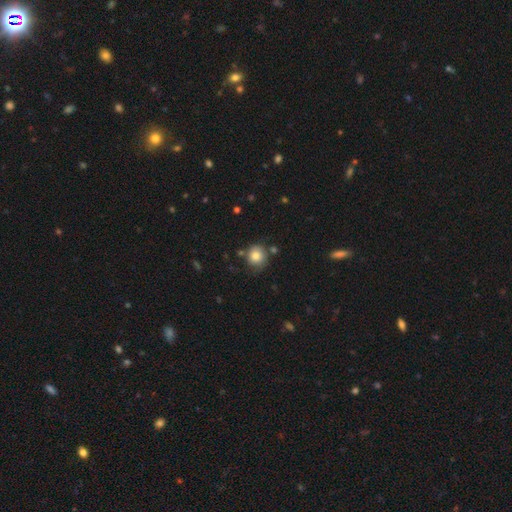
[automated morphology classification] A smooth galaxy with no disk features (81%) that is round (85%). Merging: none (70%).